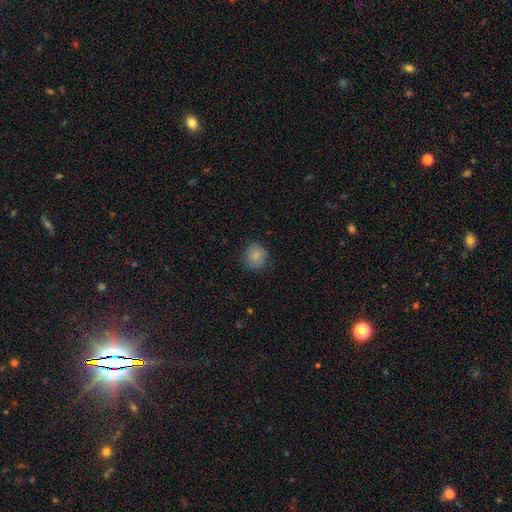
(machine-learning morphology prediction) The model was most divided on "merging": none: 81%, minor disturbance: 14%, major disturbance: 4%, merger: 1%. More confident: how rounded — round (85%); smooth or featured — smooth (85%).